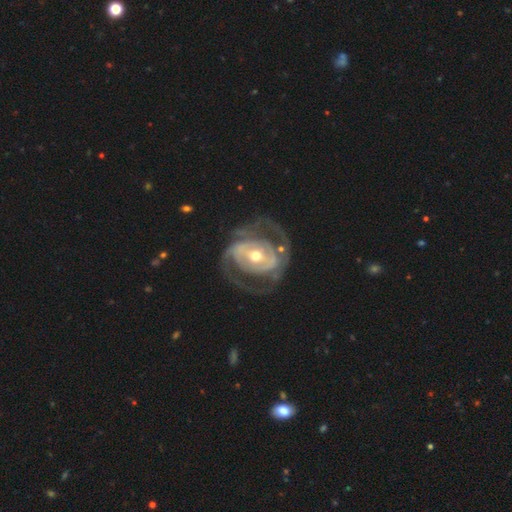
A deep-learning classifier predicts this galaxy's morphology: Smooth or featured? featured or disk (85%)
Edge-on disk? no (97%)
Bar? no (37%)
Spiral arms? yes (79%)
Spiral winding? medium (41%)
Spiral arm count? 2 (71%)
Bulge size? moderate (71%)
Merging? none (66%)